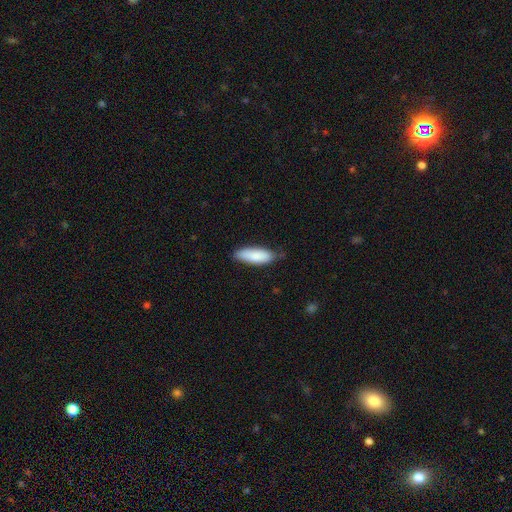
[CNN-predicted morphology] Smooth or featured?
  - smooth: 87% *
  - featured or disk: 8%
  - star or artifact: 6%
How rounded?
  - in between: 58% *
  - cigar-shaped: 41%
  - round: 2%
Merging?
  - none: 75% *
  - minor disturbance: 21%
  - major disturbance: 3%
  - merger: 2%